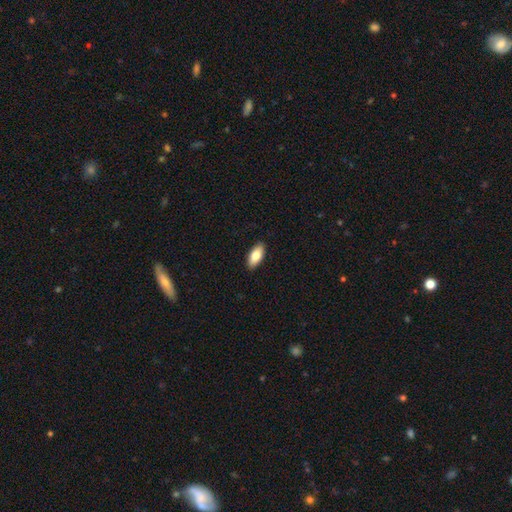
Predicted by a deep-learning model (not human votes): smooth_or_featured: smooth (p=0.80) [alt: featured or disk p=0.14]
how_rounded: in between (p=0.88) [alt: cigar-shaped p=0.09]
merging: none (p=0.90) [alt: minor disturbance p=0.08]